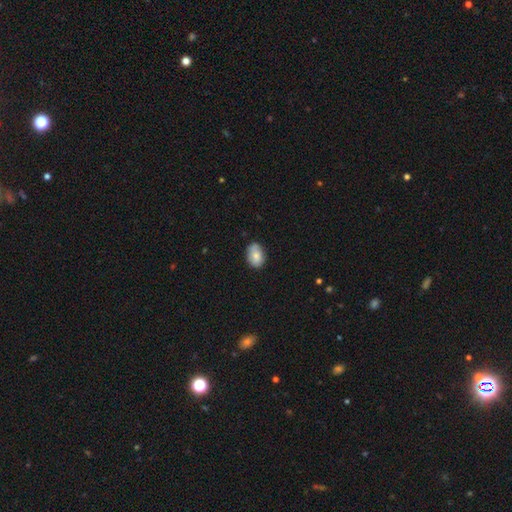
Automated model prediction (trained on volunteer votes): Morphology: type=smooth (78%); roundness=in between (78%); merging=none (72%).